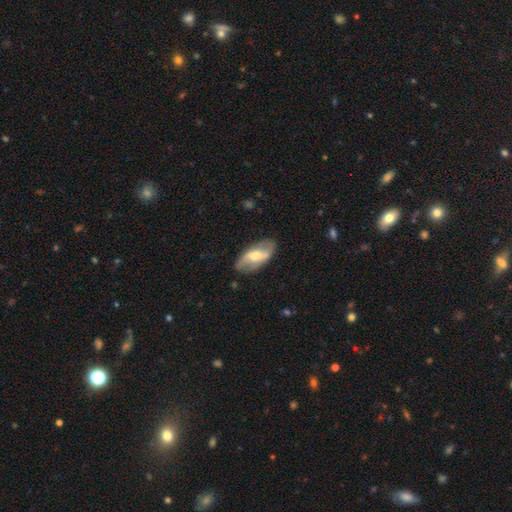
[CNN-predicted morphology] A featured or disk galaxy (61%) with a strong bar (40%), spiral arms (66%) and a moderate central bulge (65%).

Vote fractions:
- Smooth or featured? featured or disk: 61% / smooth: 33% / star or artifact: 6%
- Edge-on disk? no: 87% / yes: 13%
- Bar? strong: 40% / weak: 38% / no: 22%
- Spiral arms? yes: 66% / no: 34%
- Bulge size? moderate: 65% / small: 22% / large: 10% / none: 2% / dominant: 1%
- Merging? none: 81% / minor disturbance: 13% / major disturbance: 4% / merger: 1%